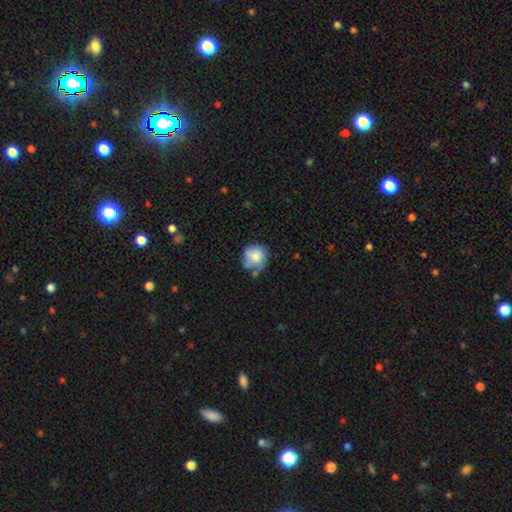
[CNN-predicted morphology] Smooth or featured? Predicted: smooth (p=0.72). How rounded? Predicted: round (p=0.82). Merging? Predicted: none (p=0.52).